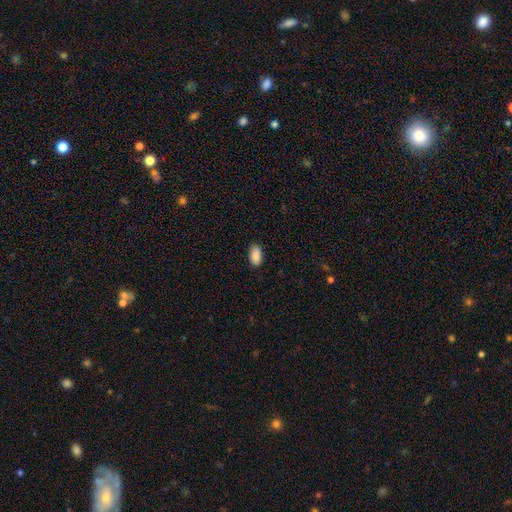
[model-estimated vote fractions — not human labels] This appears to be a smooth galaxy with no disk features (90%) that is in between round and cigar-shaped (95%). Merging: none (88%).